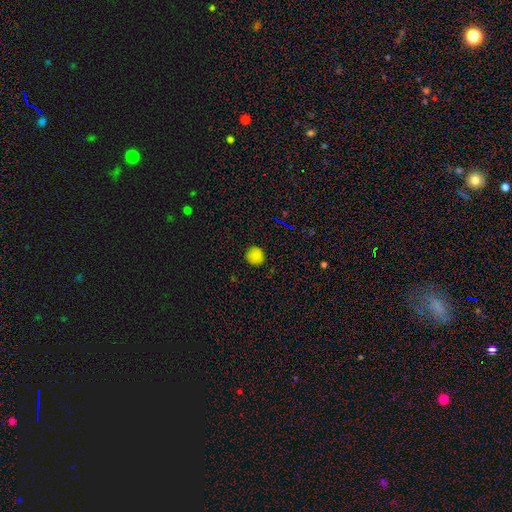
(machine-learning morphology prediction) Q: Smooth or featured?
A: smooth (83%); runner-up: star or artifact (12%)
Q: How rounded?
A: round (94%); runner-up: in between (5%)
Q: Merging?
A: none (90%); runner-up: minor disturbance (8%)